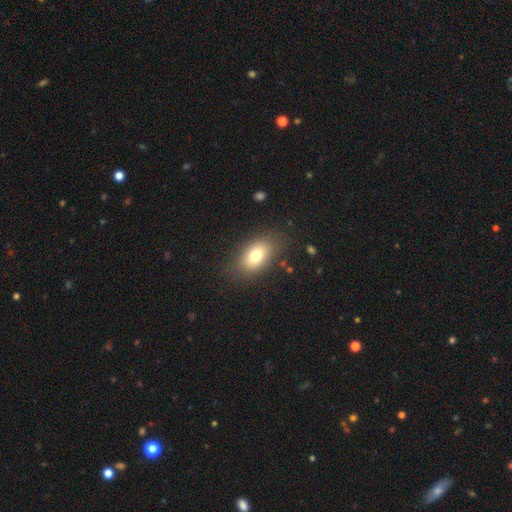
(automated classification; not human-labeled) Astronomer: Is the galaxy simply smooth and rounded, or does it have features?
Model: smooth — 75%.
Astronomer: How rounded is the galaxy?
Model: in between — 86%.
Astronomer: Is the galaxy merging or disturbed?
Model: none — 82%.